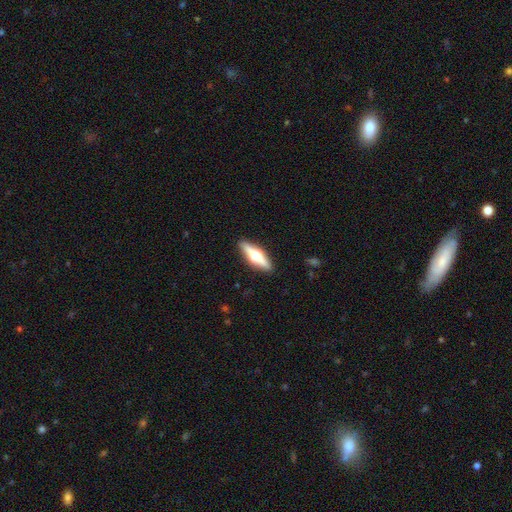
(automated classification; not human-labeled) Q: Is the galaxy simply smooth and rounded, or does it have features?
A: featured or disk — 61%.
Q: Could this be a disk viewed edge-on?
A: yes — 95%.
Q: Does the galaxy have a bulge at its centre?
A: rounded — 95%.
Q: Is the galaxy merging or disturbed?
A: none — 90%.